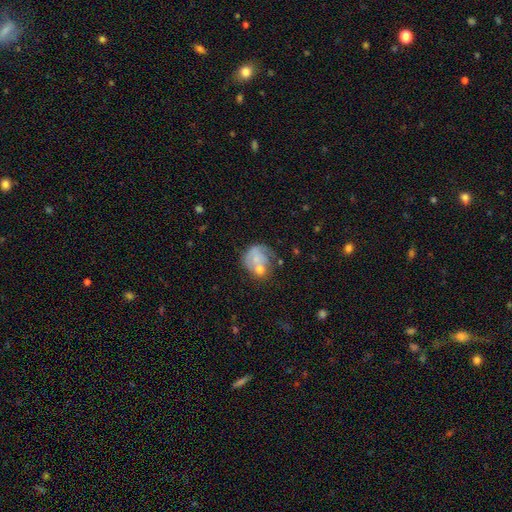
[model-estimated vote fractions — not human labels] The model was most divided on "merging": none: 31%, merger: 26%, major disturbance: 23%, minor disturbance: 21%. Remaining: smooth or featured — smooth (49%).